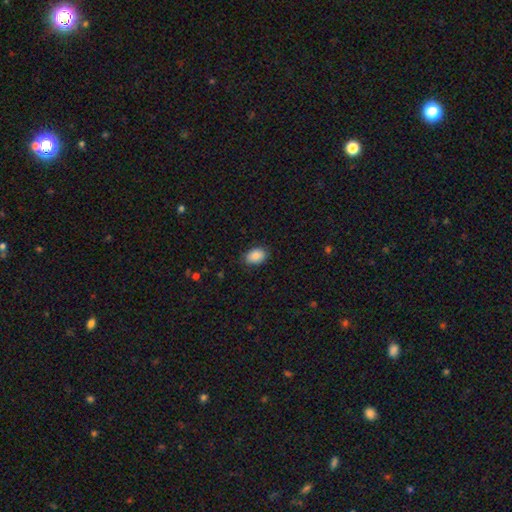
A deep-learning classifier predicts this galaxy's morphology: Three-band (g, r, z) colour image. It shows a smooth galaxy with no disk features (89%) that is in between round and cigar-shaped (82%). Merging: none (85%).